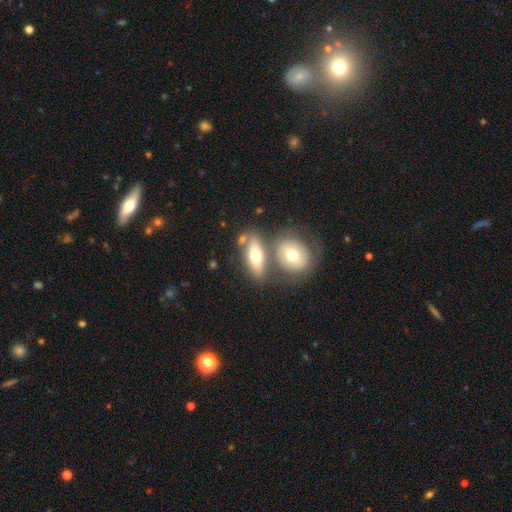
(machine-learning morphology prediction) smooth 66%, featured or disk 28%, star or artifact 6%. Down the decision tree: how rounded — in between (72%); merging — none (56%).